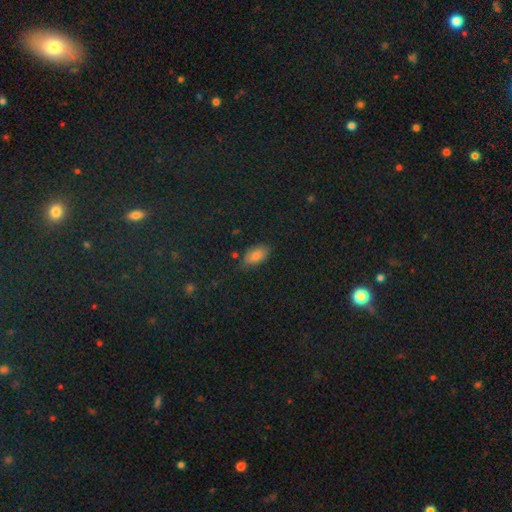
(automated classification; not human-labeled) This is likely a smooth galaxy (75%). How rounded: clearly in between (90%). Merging: likely none (75%).